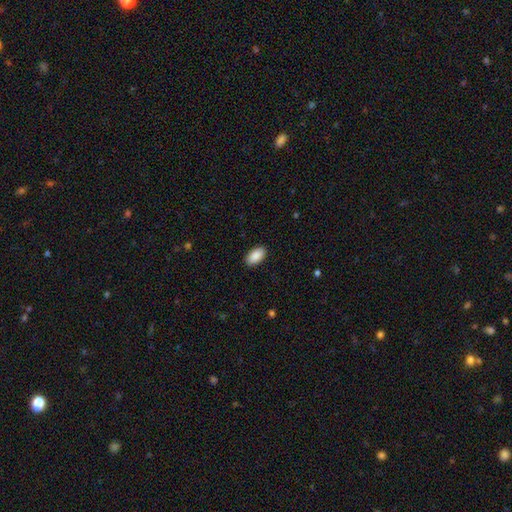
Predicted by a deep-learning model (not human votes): Smooth or featured? Predicted: smooth (p=0.90). How rounded? Predicted: in between (p=0.95). Merging? Predicted: none (p=0.90).